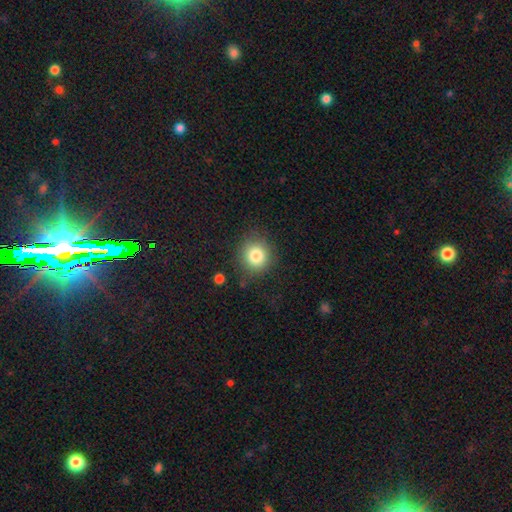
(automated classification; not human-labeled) The model was most divided on "smooth or featured": smooth: 81%, star or artifact: 13%, featured or disk: 6%. More confident: how rounded — round (86%); merging — none (85%).